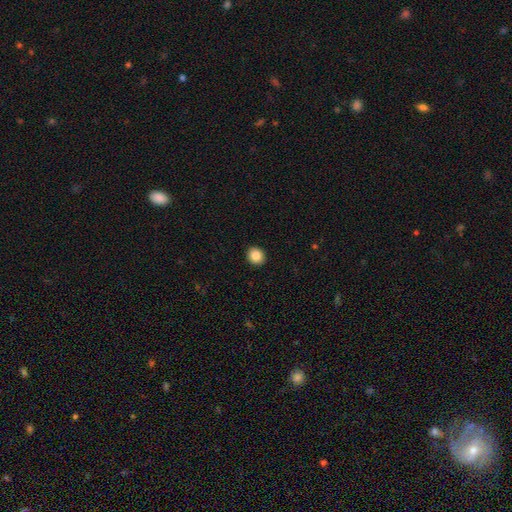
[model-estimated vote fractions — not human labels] Smooth or featured? Predicted: smooth (p=0.86). How rounded? Predicted: round (p=0.71). Merging? Predicted: none (p=0.92).